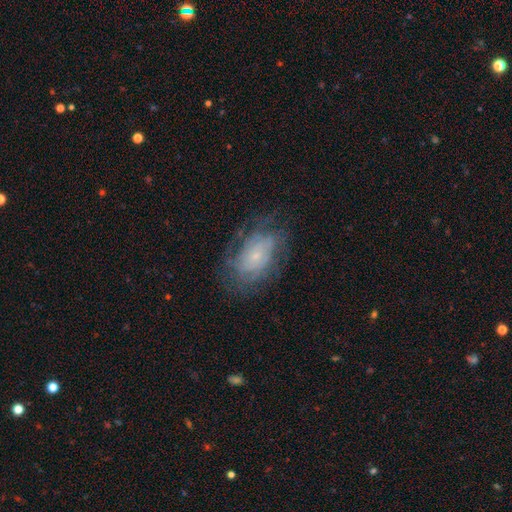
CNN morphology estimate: Smooth or featured?
  - featured or disk: 61% *
  - smooth: 29%
  - star or artifact: 10%
Edge-on disk?
  - no: 95% *
  - yes: 5%
Bar?
  - no: 79% *
  - weak: 17%
  - strong: 4%
Spiral arms?
  - yes: 75% *
  - no: 25%
Bulge size?
  - small: 77% *
  - moderate: 14%
  - none: 5%
  - large: 3%
  - dominant: 1%
Merging?
  - none: 67% *
  - minor disturbance: 19%
  - major disturbance: 13%
  - merger: 1%